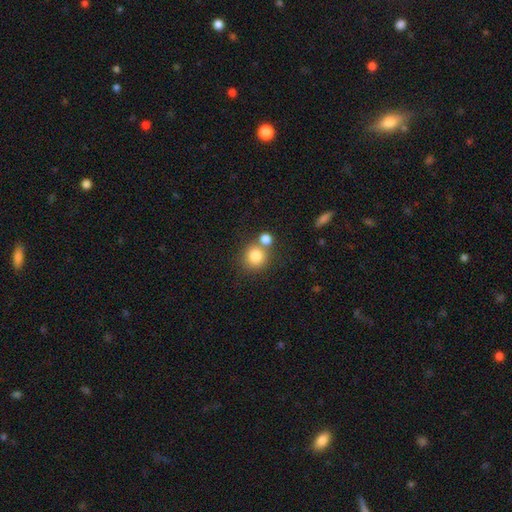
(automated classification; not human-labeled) Smooth or featured? Predicted: smooth (p=0.82). How rounded? Predicted: round (p=0.89). Merging? Predicted: none (p=0.58).